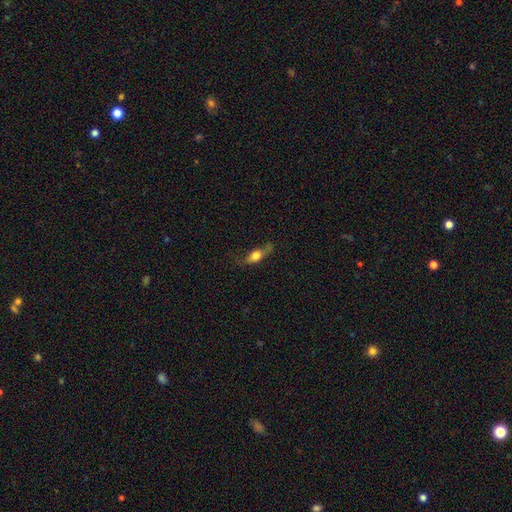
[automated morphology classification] Overall: smooth (61%; featured or disk 30%). How rounded: in between (62%; cigar-shaped 27%). Merging: none (50%; minor disturbance 30%).